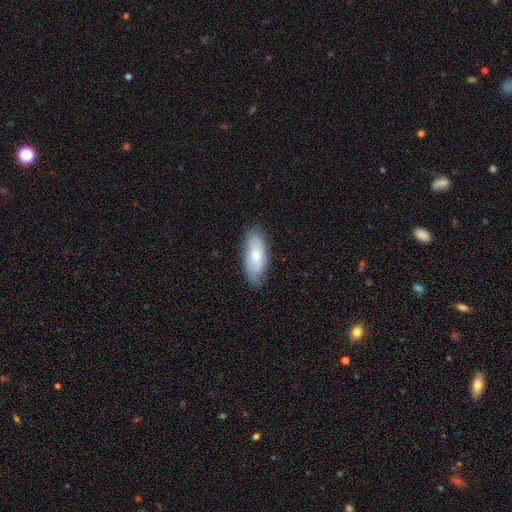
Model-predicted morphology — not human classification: smooth 66%, featured or disk 28%, star or artifact 6%. Down the decision tree: how rounded — in between (80%); merging — none (79%).